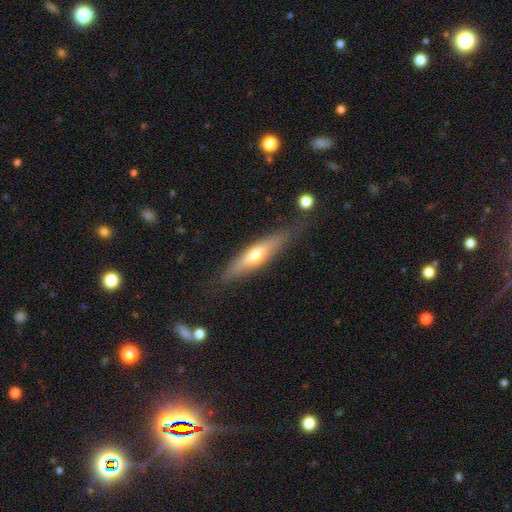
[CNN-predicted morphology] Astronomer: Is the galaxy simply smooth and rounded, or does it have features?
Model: featured or disk — 49% (runner-up: smooth, 44%).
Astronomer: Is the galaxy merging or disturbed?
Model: none — 79%.